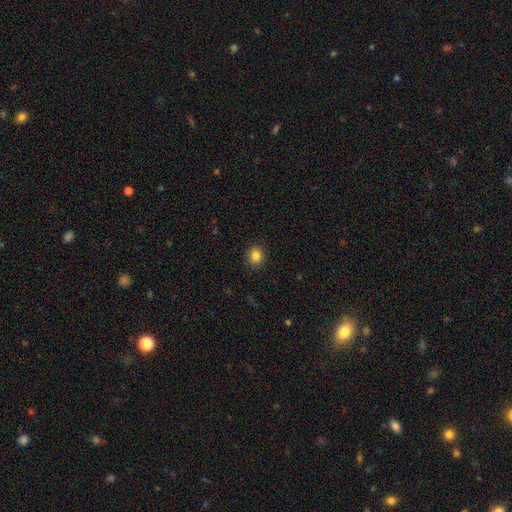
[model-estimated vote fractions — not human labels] Smooth or featured? smooth (84%)
How rounded? round (70%)
Merging? none (90%)